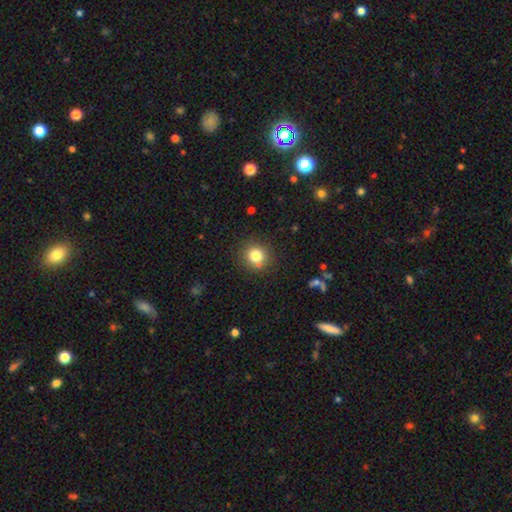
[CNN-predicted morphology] The model was most divided on "smooth or featured": smooth: 79%, star or artifact: 13%, featured or disk: 8%. More confident: how rounded — round (90%); merging — none (83%).